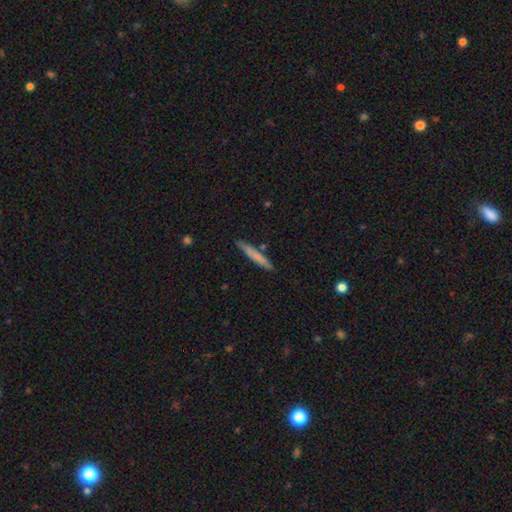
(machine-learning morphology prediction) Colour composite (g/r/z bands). It shows a smooth galaxy with no disk features (72%) that is cigar-shaped (95%). Merging: none (86%).